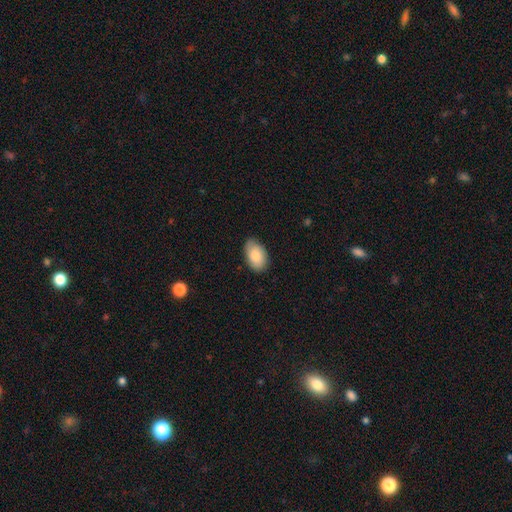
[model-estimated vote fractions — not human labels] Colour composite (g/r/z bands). It shows a smooth galaxy with no disk features (84%) that is in between round and cigar-shaped (92%). Merging: none (78%).